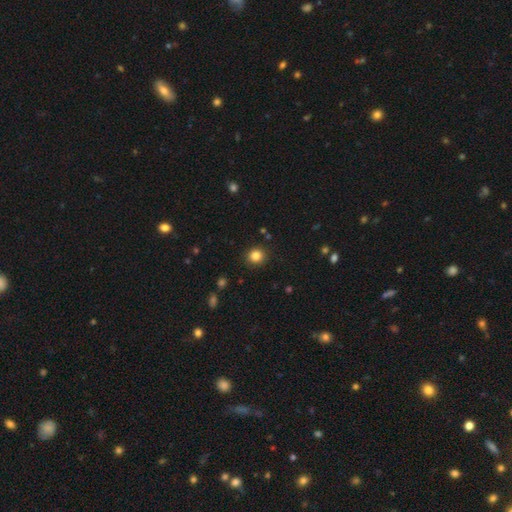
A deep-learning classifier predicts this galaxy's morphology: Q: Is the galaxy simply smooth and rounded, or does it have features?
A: smooth — 84%.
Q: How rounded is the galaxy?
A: round — 90%.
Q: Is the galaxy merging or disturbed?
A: none — 90%.